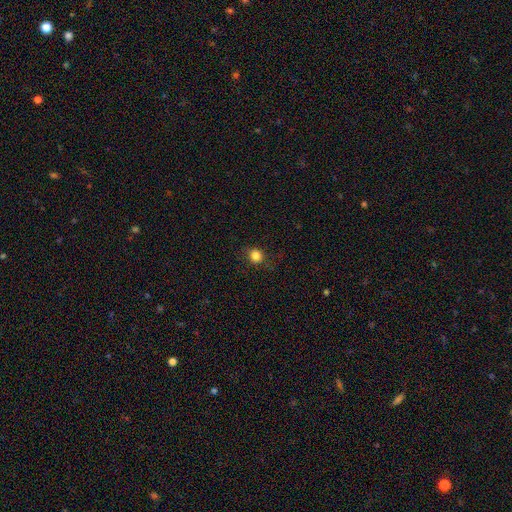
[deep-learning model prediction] Smooth or featured: smooth — 83% (star or artifact — 12%)
How rounded: round — 86% (in between — 13%)
Merging: none — 84% (minor disturbance — 11%)